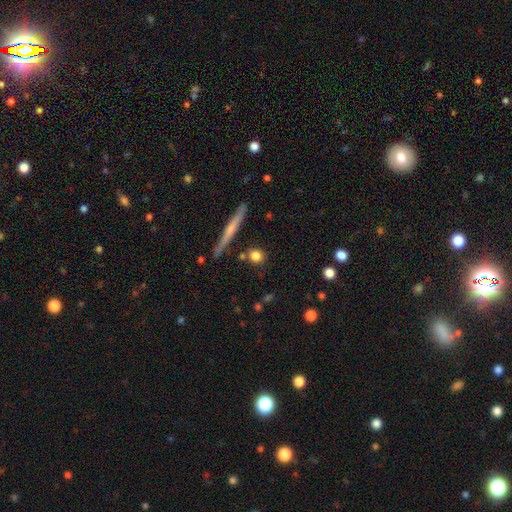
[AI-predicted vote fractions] smooth-or-featured: smooth: 79% | featured or disk: 13% | star or artifact: 9%
  how-rounded: round: 82% | in between: 10% | cigar-shaped: 8%
  merging: none: 81% | minor disturbance: 10% | merger: 6% | major disturbance: 3%